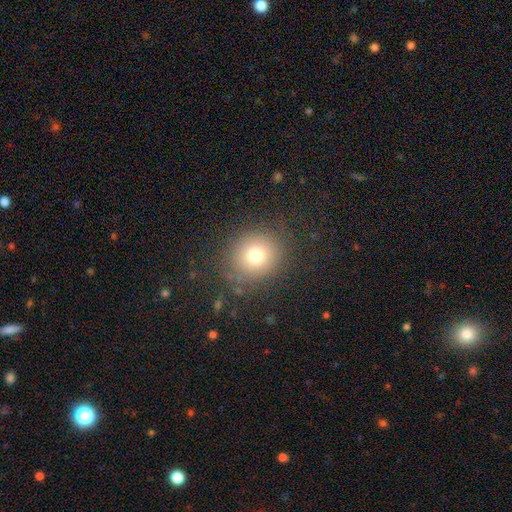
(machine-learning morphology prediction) Smooth or featured? smooth (75%)
How rounded? round (84%)
Merging? none (82%)